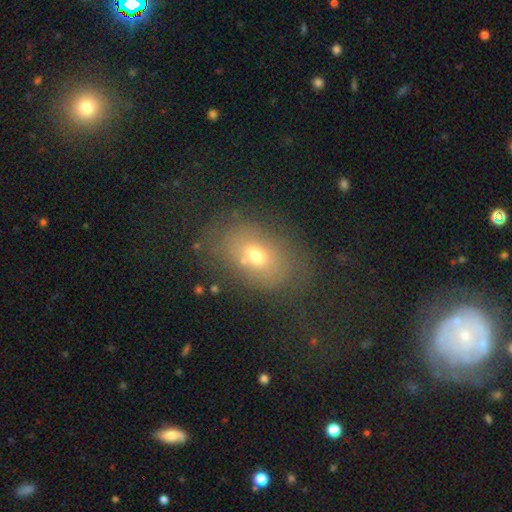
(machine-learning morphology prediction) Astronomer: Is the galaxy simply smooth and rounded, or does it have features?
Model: smooth — 63%.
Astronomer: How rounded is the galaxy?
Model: in between — 74%.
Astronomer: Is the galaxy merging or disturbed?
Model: none — 64%.